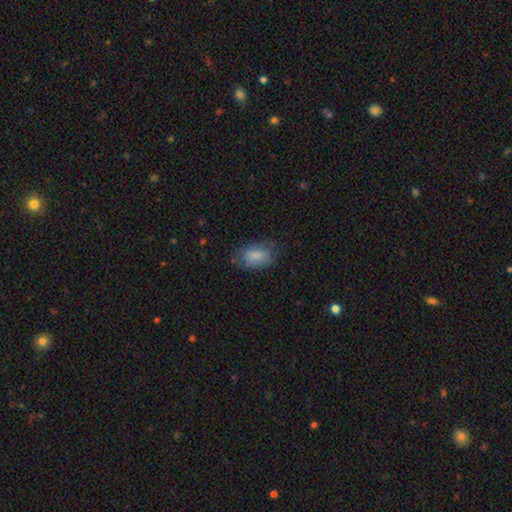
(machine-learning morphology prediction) smooth 82%, featured or disk 11%, star or artifact 7%. Down the decision tree: how rounded — in between (90%); merging — none (67%).